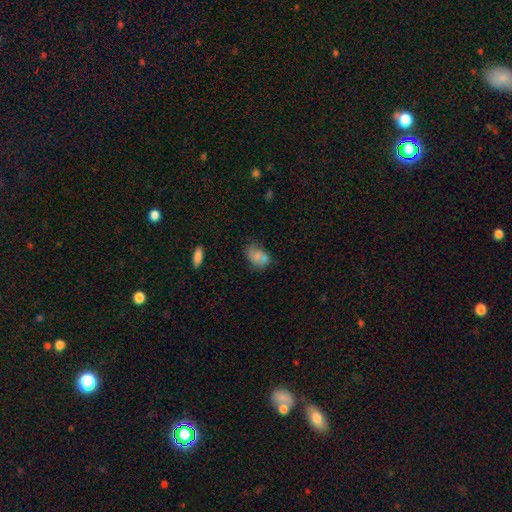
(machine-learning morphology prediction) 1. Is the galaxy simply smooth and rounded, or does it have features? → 65% smooth, 24% featured or disk, 11% star or artifact.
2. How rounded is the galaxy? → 81% in between, 17% round, 2% cigar-shaped.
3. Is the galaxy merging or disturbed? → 54% none, 26% minor disturbance, 12% merger, 8% major disturbance.